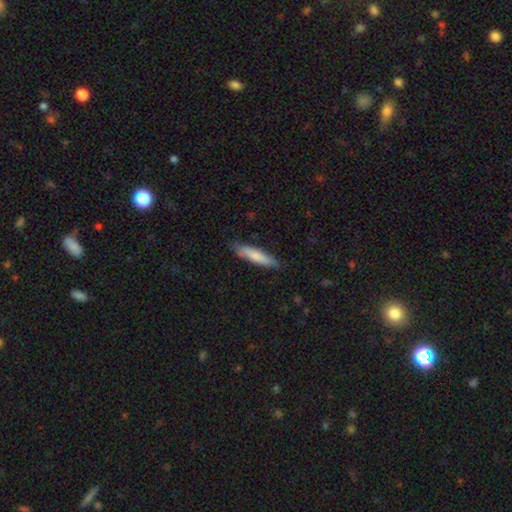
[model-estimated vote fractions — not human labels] Smooth or featured? smooth (75%)
How rounded? cigar-shaped (84%)
Merging? none (83%)